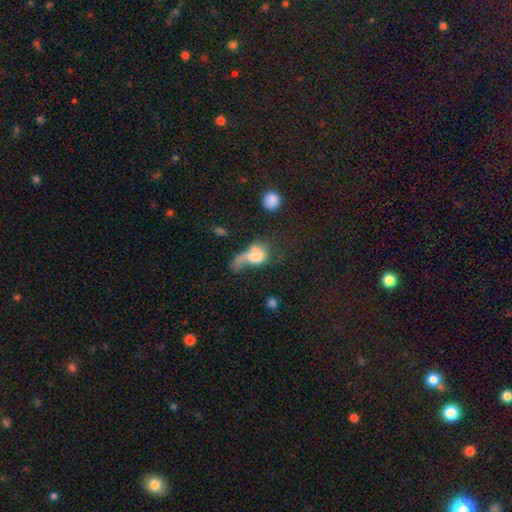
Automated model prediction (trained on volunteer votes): Overall: smooth (56%; featured or disk 34%). How rounded: in between (58%; round 37%). Merging: major disturbance (53%; merger 18%).